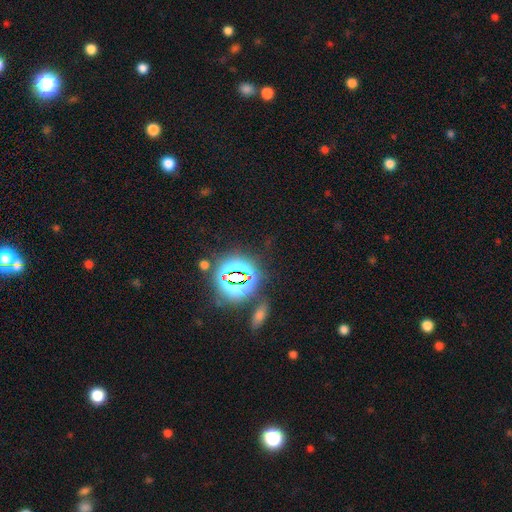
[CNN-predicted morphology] star or artifact 81%, smooth 12%, featured or disk 8%.